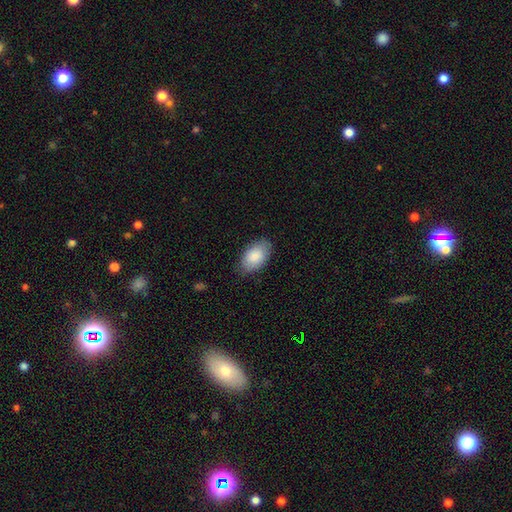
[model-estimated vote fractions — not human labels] Morphology: type=smooth (87%); roundness=in between (95%); merging=none (81%).